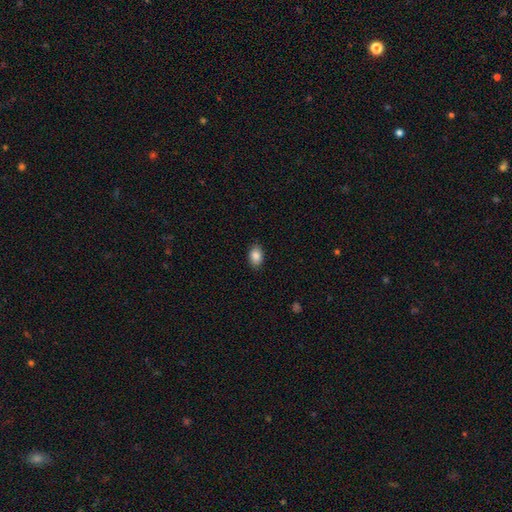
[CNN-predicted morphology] Smooth or featured?
  - smooth: 88% *
  - star or artifact: 8%
  - featured or disk: 5%
How rounded?
  - in between: 83% *
  - round: 16%
  - cigar-shaped: 1%
Merging?
  - none: 87% *
  - minor disturbance: 9%
  - major disturbance: 2%
  - merger: 1%